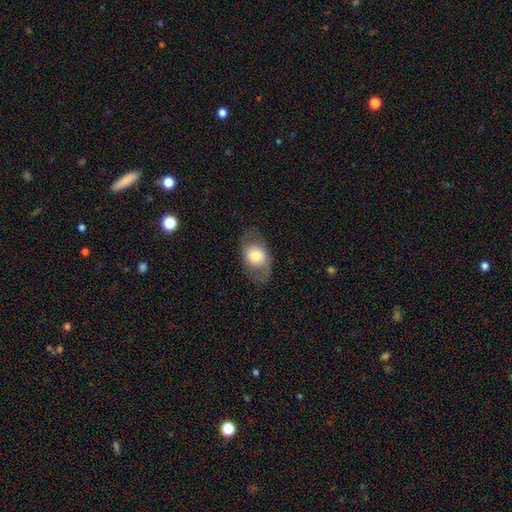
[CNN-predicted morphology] A smooth galaxy with no disk features (61%) that is in between round and cigar-shaped (70%).

Vote fractions:
- Smooth or featured? smooth: 61% / featured or disk: 32% / star or artifact: 7%
- How rounded? in between: 70% / round: 28% / cigar-shaped: 2%
- Merging? none: 76% / minor disturbance: 14% / major disturbance: 9% / merger: 1%